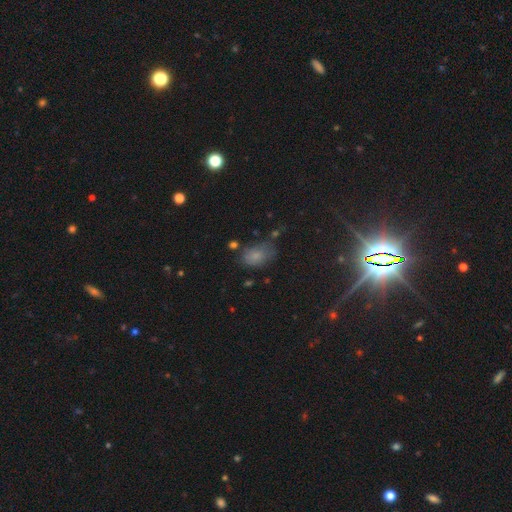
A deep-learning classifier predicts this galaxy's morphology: Q: Smooth or featured?
A: smooth (73%); runner-up: star or artifact (16%)
Q: How rounded?
A: in between (83%); runner-up: round (15%)
Q: Merging?
A: none (57%); runner-up: minor disturbance (27%)